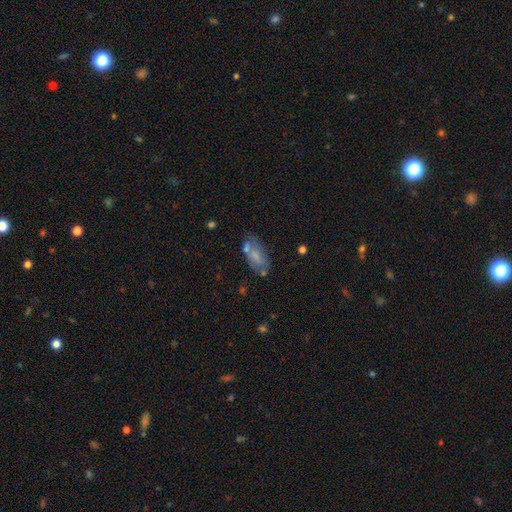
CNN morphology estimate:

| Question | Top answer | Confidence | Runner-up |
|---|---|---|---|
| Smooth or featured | smooth | 60% | featured or disk (32%) |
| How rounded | in between | 88% | cigar-shaped (9%) |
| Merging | none | 49% | minor disturbance (23%) |